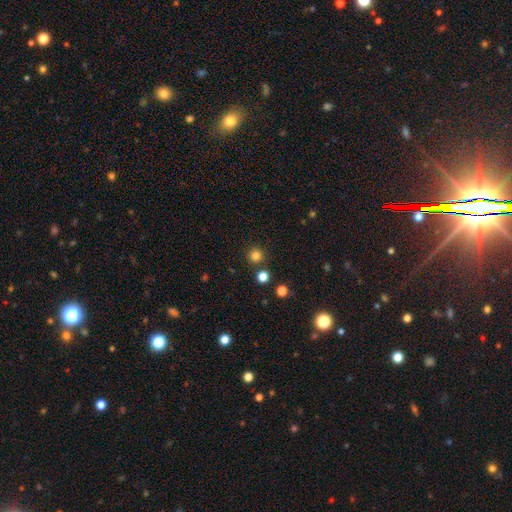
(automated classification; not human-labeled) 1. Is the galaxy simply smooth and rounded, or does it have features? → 80% smooth, 16% star or artifact, 4% featured or disk.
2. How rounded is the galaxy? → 94% round, 5% in between, 1% cigar-shaped.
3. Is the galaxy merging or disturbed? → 86% none, 6% minor disturbance, 6% merger, 2% major disturbance.